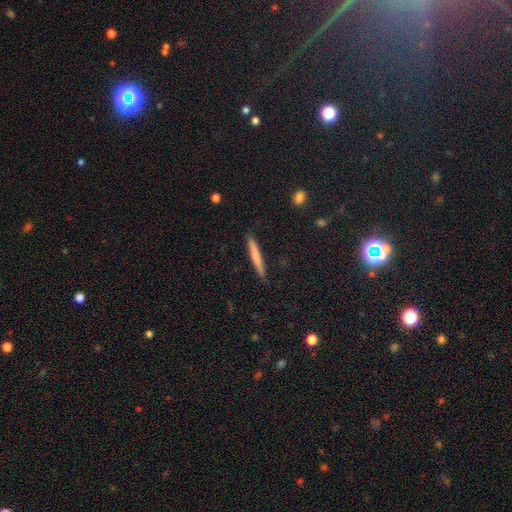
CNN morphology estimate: This appears to be a smooth galaxy with no disk features (69%) that is cigar-shaped (96%). Merging: none (87%).